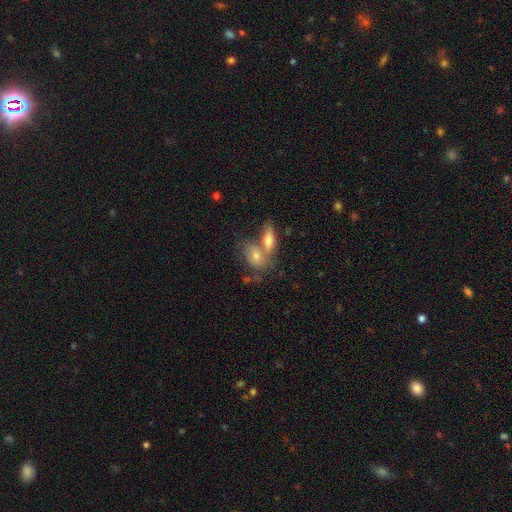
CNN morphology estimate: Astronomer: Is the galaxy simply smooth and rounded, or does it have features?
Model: smooth — 66%.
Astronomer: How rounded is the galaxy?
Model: in between — 78%.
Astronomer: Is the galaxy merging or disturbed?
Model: merger — 54% (runner-up: none, 32%).